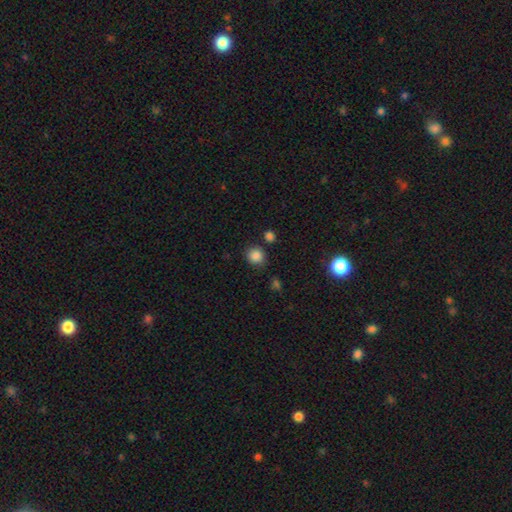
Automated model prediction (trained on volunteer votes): Smooth or featured? smooth (84%)
How rounded? round (87%)
Merging? none (83%)